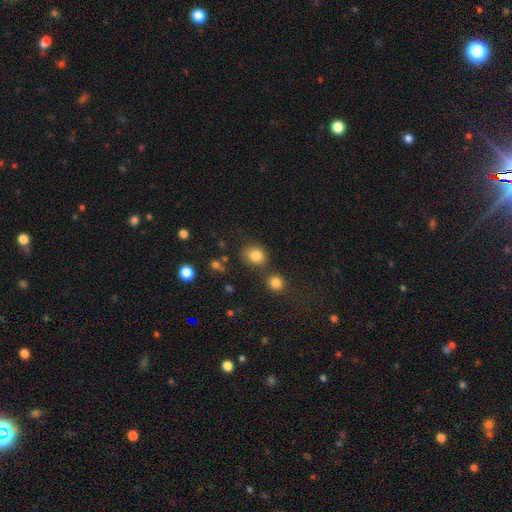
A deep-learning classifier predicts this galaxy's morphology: Smooth or featured? Predicted: smooth (p=0.83). How rounded? Predicted: round (p=0.69). Merging? Predicted: none (p=0.67).